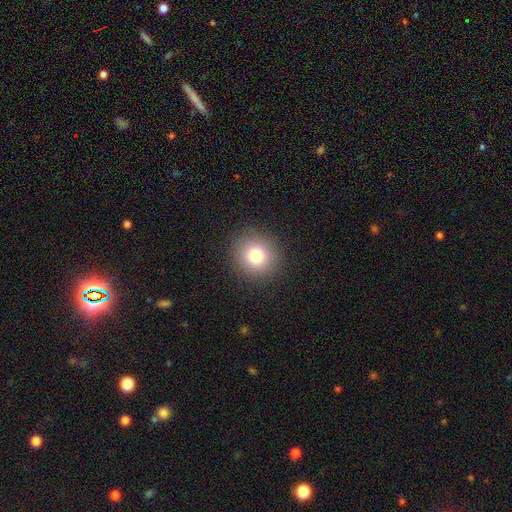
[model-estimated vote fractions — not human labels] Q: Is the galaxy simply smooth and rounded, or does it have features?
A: smooth — 80%.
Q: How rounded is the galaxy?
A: round — 91%.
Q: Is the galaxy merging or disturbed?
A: none — 91%.